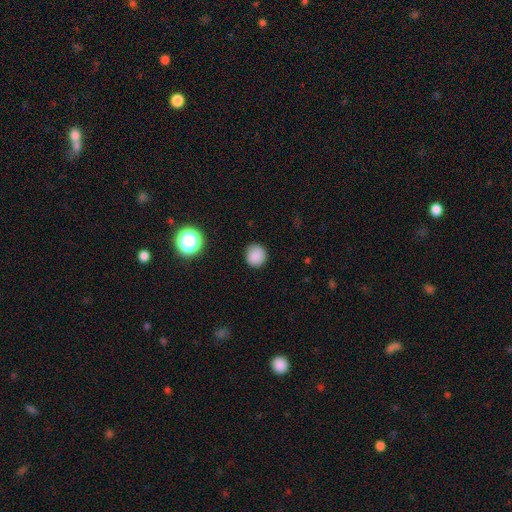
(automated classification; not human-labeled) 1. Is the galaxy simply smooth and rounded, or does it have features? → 85% smooth, 11% star or artifact, 4% featured or disk.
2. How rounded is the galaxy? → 91% round, 8% in between, 1% cigar-shaped.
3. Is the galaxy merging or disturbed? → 88% none, 8% minor disturbance, 2% major disturbance, 1% merger.